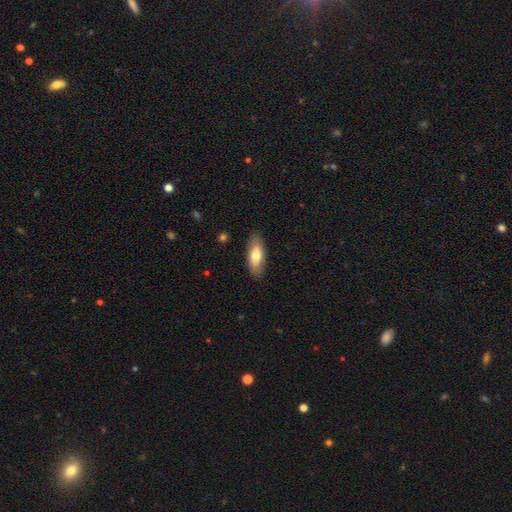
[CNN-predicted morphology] Q: Smooth or featured?
A: smooth (71%); runner-up: featured or disk (24%)
Q: How rounded?
A: in between (77%); runner-up: cigar-shaped (20%)
Q: Merging?
A: none (87%); runner-up: minor disturbance (10%)